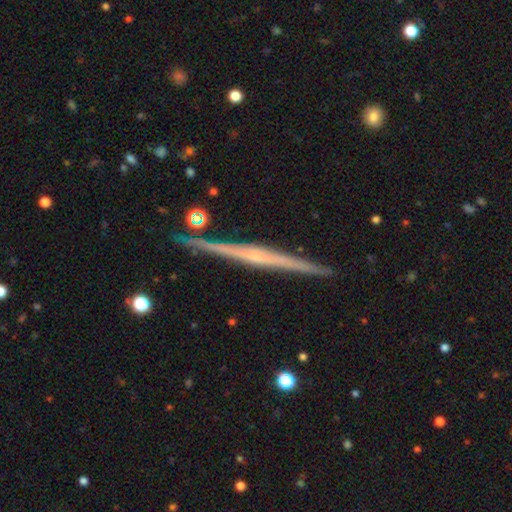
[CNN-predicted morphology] type=featured or disk (80%); edge-on=yes (98%); edge-on bulge=none (46%); merging=none (90%).